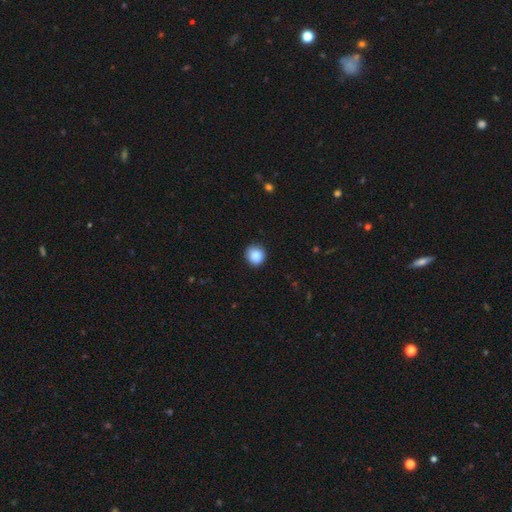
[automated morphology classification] smooth-or-featured: smooth: 87% | star or artifact: 9% | featured or disk: 4%
  how-rounded: round: 91% | in between: 8% | cigar-shaped: 1%
  merging: none: 89% | minor disturbance: 8% | major disturbance: 2% | merger: 1%